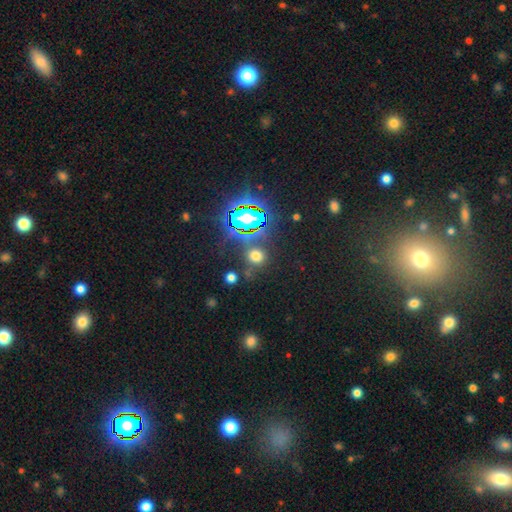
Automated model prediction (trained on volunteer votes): Smooth or featured?
  - smooth: 55% *
  - star or artifact: 37%
  - featured or disk: 8%
How rounded?
  - round: 82% *
  - in between: 17%
  - cigar-shaped: 2%
Merging?
  - none: 78% *
  - minor disturbance: 10%
  - merger: 7%
  - major disturbance: 5%